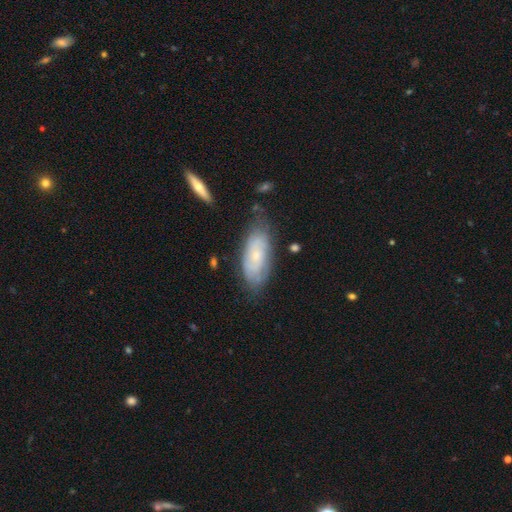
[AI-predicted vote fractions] The model was most divided on "smooth or featured": featured or disk: 51%, smooth: 41%, star or artifact: 7%. More confident: edge-on disk — no (88%); merging — none (66%).